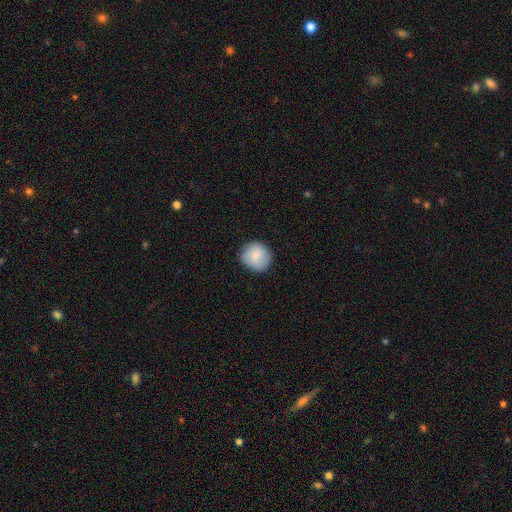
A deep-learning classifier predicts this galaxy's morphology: This is clearly a smooth galaxy (82%). How rounded: clearly round (89%). Merging: clearly none (84%).